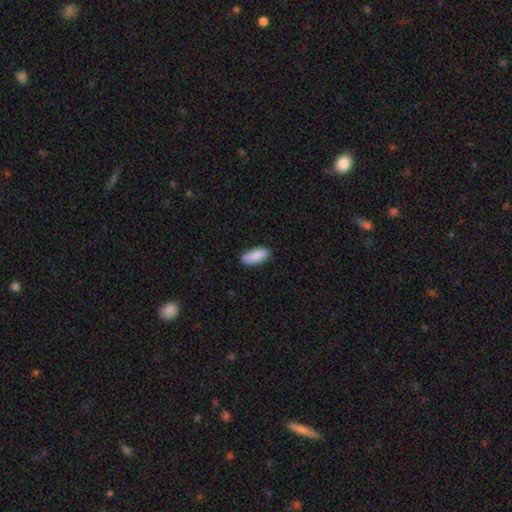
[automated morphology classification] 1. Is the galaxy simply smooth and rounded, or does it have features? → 89% smooth, 6% star or artifact, 5% featured or disk.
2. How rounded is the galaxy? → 79% in between, 19% cigar-shaped, 2% round.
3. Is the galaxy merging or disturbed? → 86% none, 11% minor disturbance, 2% major disturbance, 1% merger.